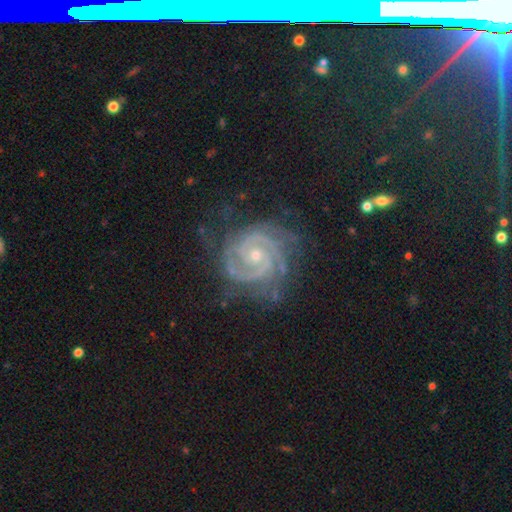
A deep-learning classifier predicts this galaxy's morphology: The model was most divided on "spiral arm count": 2: 50%, 3: 22%, can't tell: 10%, 4: 7%, more than 4: 5%, 1: 5%. More confident: spiral arms — yes (99%); edge-on disk — no (98%); smooth or featured — featured or disk (92%); spiral winding — tight (75%); bar — no (72%); merging — none (69%); bulge size — small (66%).